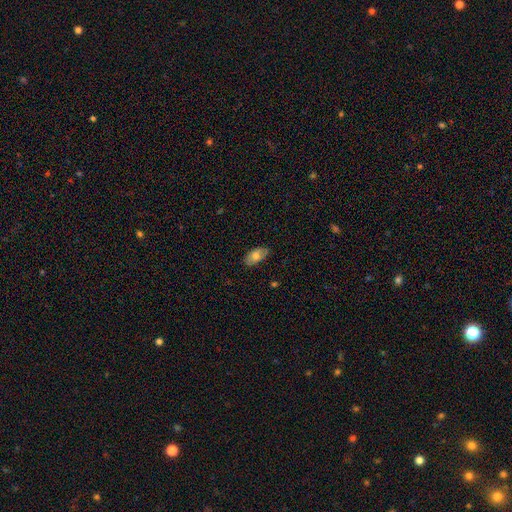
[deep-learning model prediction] A smooth galaxy with no disk features (71%) that is in between round and cigar-shaped (93%).

Vote fractions:
- Smooth or featured? smooth: 71% / featured or disk: 22% / star or artifact: 7%
- How rounded? in between: 93% / cigar-shaped: 4% / round: 3%
- Merging? none: 80% / minor disturbance: 17% / major disturbance: 3% / merger: 1%